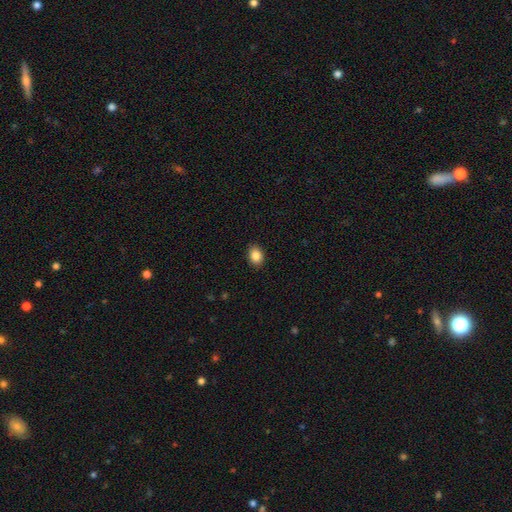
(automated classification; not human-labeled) Morphology: type=smooth (87%); roundness=in between (63%); merging=none (90%).